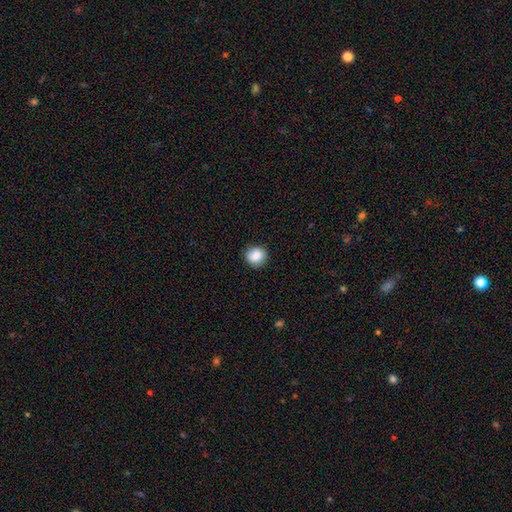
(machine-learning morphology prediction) smooth_or_featured: smooth (p=0.87) [alt: star or artifact p=0.09]
how_rounded: round (p=0.89) [alt: in between p=0.10]
merging: none (p=0.88) [alt: minor disturbance p=0.09]